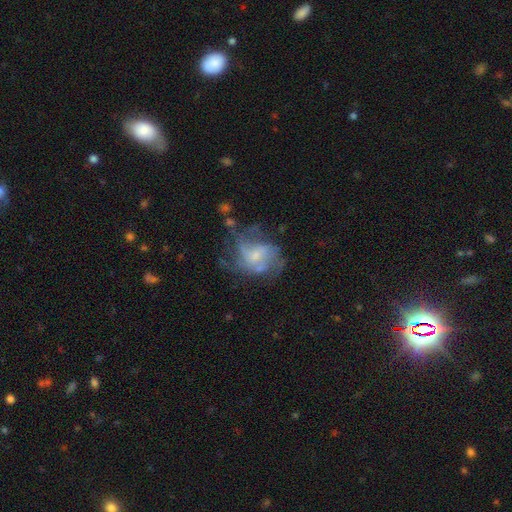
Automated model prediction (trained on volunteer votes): Smooth or featured: featured or disk — 67% (smooth — 23%)
Edge-on disk: no — 98% (yes — 2%)
Bar: no — 67% (weak — 28%)
Spiral arms: yes — 70% (no — 30%)
Bulge size: small — 66% (moderate — 21%)
Merging: none — 43% (major disturbance — 31%)